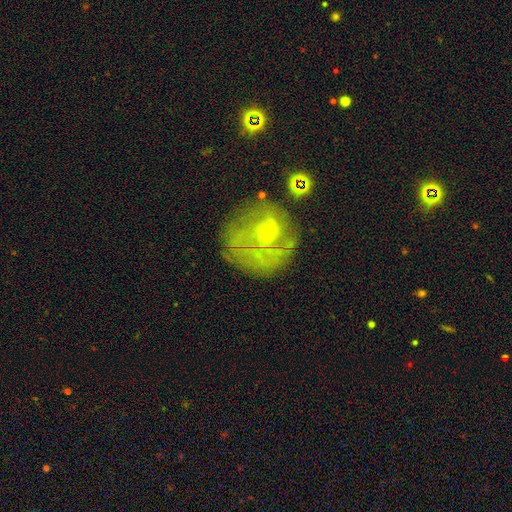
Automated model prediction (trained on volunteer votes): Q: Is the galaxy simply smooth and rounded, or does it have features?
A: featured or disk — 50%.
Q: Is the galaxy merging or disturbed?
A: none — 57%.